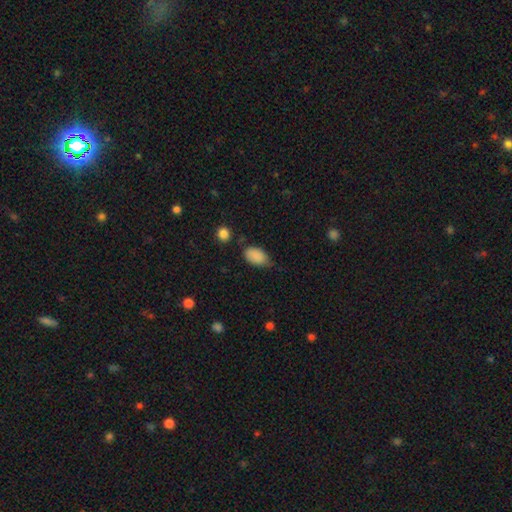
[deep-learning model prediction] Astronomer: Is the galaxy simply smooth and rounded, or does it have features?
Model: smooth — 87%.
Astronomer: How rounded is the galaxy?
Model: in between — 90%.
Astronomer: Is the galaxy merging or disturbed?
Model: none — 58%.